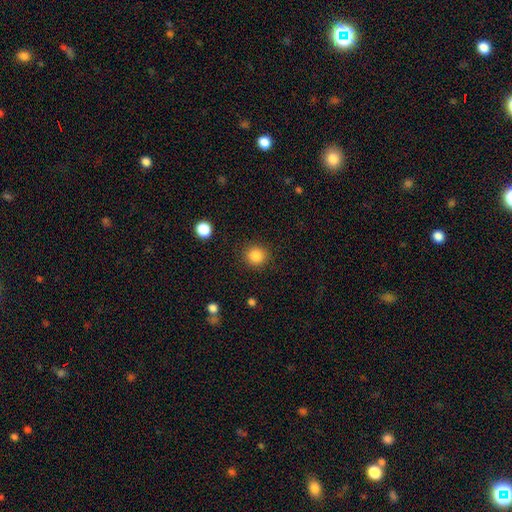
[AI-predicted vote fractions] Smooth or featured? smooth (85%)
How rounded? round (91%)
Merging? none (90%)